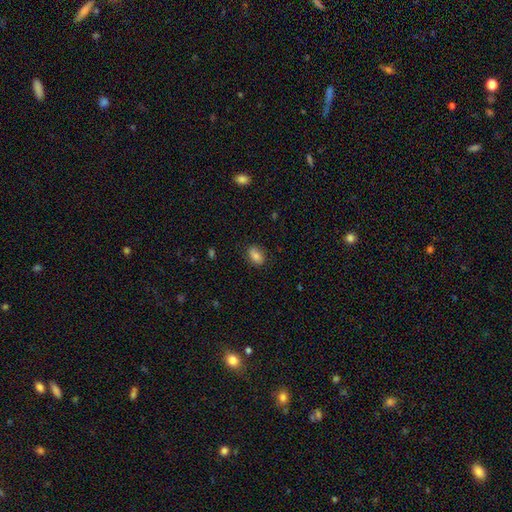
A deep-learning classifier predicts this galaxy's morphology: This appears to be a smooth galaxy with no disk features (80%) that is in between round and cigar-shaped (81%). Merging: none (80%).